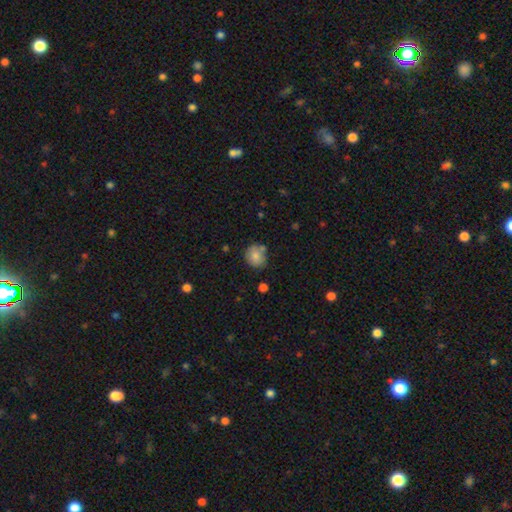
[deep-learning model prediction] Smooth or featured? Predicted: smooth (p=0.81). How rounded? Predicted: round (p=0.73). Merging? Predicted: none (p=0.70).